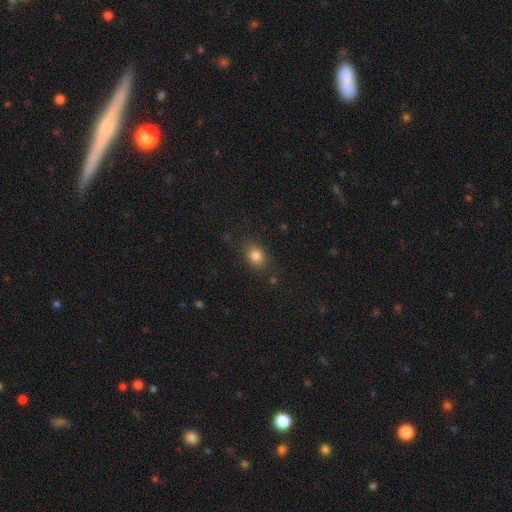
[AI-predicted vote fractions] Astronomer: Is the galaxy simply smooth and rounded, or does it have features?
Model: smooth — 81%.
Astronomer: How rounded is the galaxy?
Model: in between — 51% (runner-up: round, 48%).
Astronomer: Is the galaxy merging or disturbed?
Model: none — 83%.